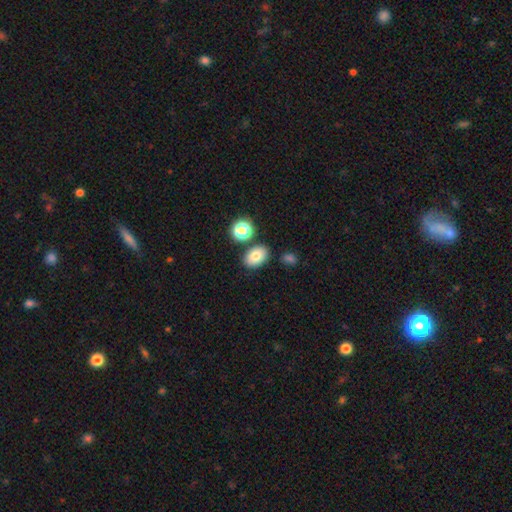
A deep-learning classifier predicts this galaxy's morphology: This appears to be a smooth galaxy with no disk features (79%) that is in between round and cigar-shaped (82%). Merging: none (80%).